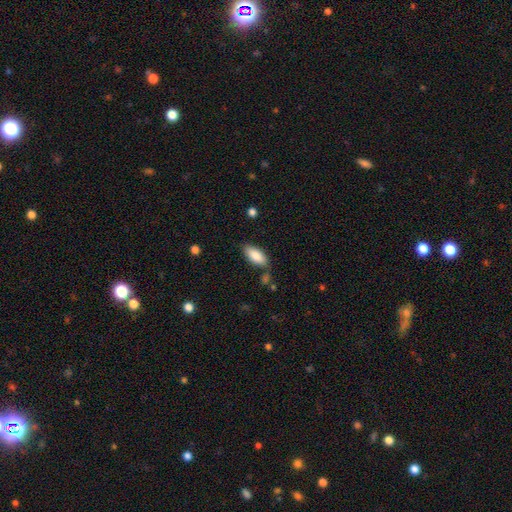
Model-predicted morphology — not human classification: Q: Smooth or featured?
A: smooth (84%); runner-up: featured or disk (9%)
Q: How rounded?
A: in between (85%); runner-up: cigar-shaped (13%)
Q: Merging?
A: none (78%); runner-up: minor disturbance (14%)